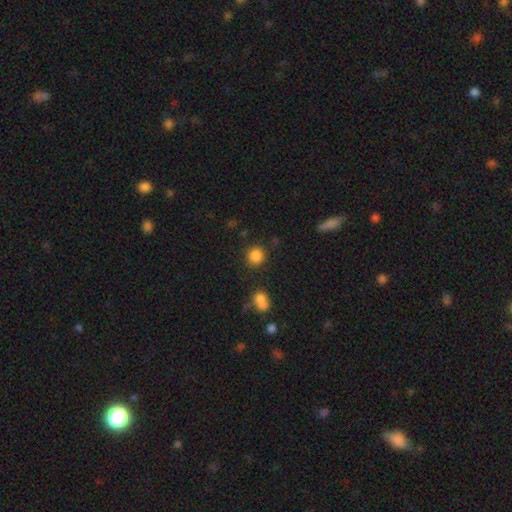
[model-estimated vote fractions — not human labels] smooth-or-featured: smooth: 84% | star or artifact: 11% | featured or disk: 4%
  how-rounded: round: 89% | in between: 10% | cigar-shaped: 1%
  merging: none: 83% | minor disturbance: 8% | merger: 5% | major disturbance: 3%